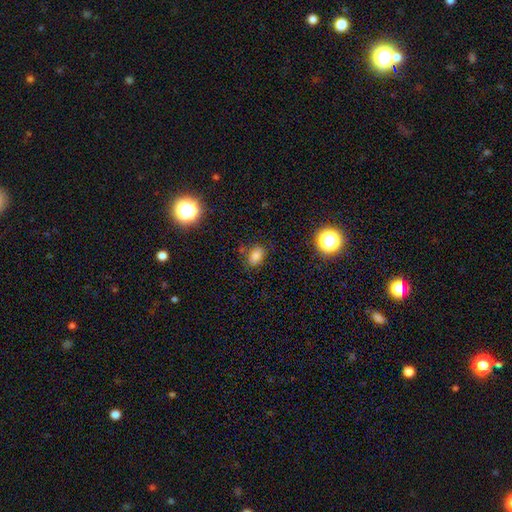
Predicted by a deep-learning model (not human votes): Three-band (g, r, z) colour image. It shows a smooth galaxy with no disk features (77%) that is in between round and cigar-shaped (77%). Merging: none (77%).